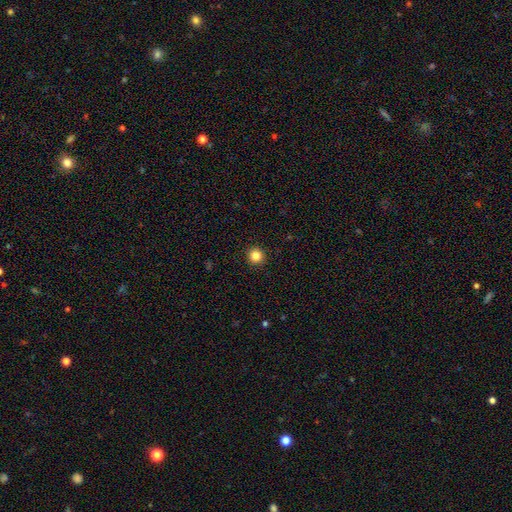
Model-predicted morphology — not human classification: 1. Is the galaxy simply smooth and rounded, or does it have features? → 85% smooth, 12% star or artifact, 4% featured or disk.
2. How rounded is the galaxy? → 96% round, 3% in between, 1% cigar-shaped.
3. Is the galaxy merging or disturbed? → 93% none, 4% minor disturbance, 2% major disturbance, 1% merger.